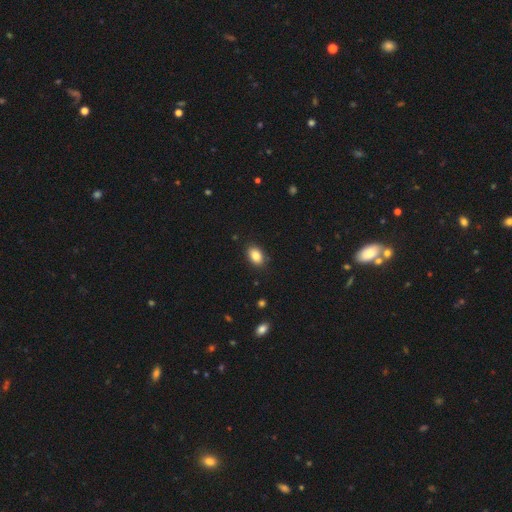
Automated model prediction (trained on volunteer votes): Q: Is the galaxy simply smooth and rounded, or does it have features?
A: smooth — 86%.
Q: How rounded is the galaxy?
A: in between — 86%.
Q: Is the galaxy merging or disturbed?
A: none — 87%.